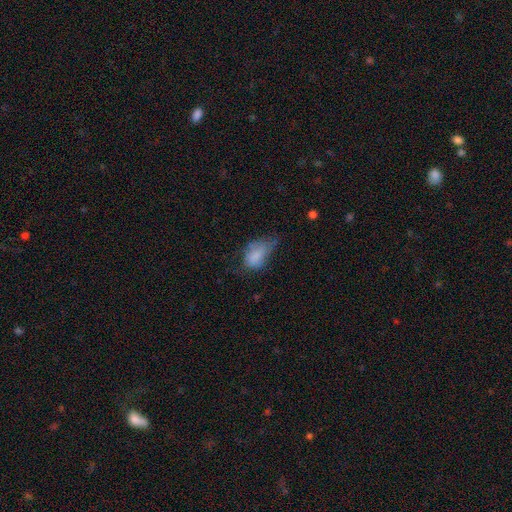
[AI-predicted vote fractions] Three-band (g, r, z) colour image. It shows a smooth galaxy with no disk features (74%) that is in between round and cigar-shaped (90%). Merging: minor disturbance (39%).